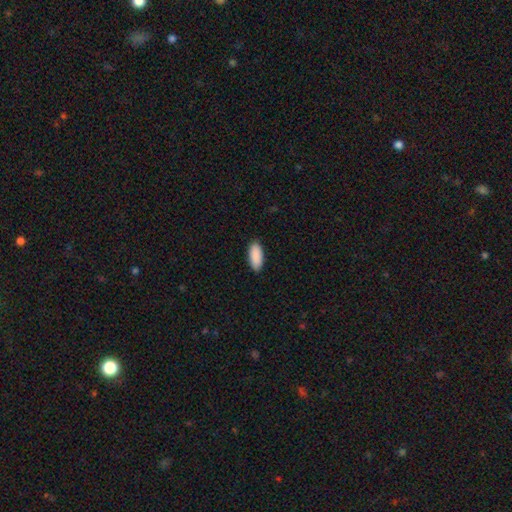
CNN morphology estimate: This is clearly a smooth galaxy (92%). How rounded: clearly in between (88%). Merging: clearly none (90%).